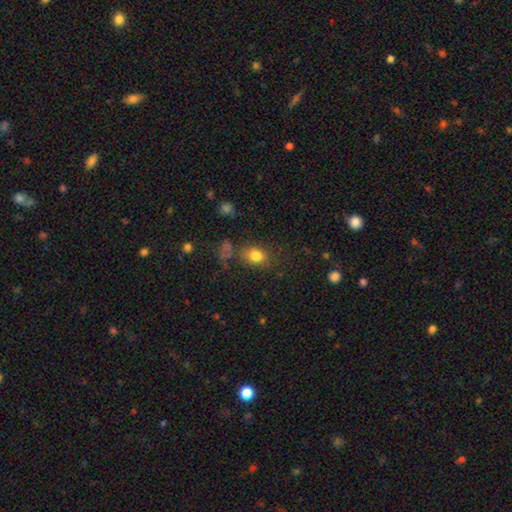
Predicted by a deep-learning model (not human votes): Smooth or featured? Predicted: smooth (p=0.81). How rounded? Predicted: in between (p=0.59). Merging? Predicted: none (p=0.69).